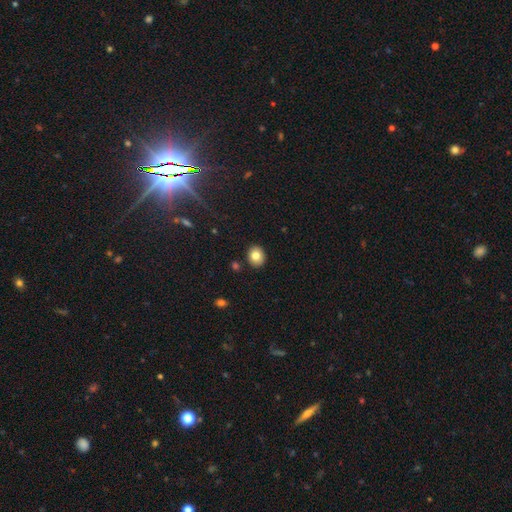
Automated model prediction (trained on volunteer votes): This appears to be a smooth galaxy with no disk features (82%) that is round (60%). Merging: none (89%).